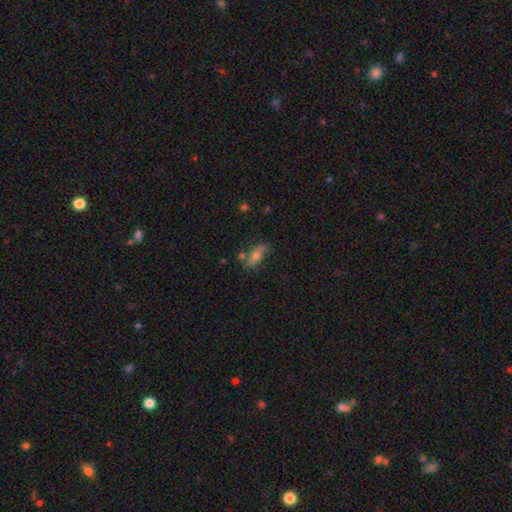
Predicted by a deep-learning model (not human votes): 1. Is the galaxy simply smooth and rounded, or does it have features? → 47% smooth, 44% featured or disk, 9% star or artifact.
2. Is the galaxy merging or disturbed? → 67% none, 19% minor disturbance, 9% merger, 6% major disturbance.